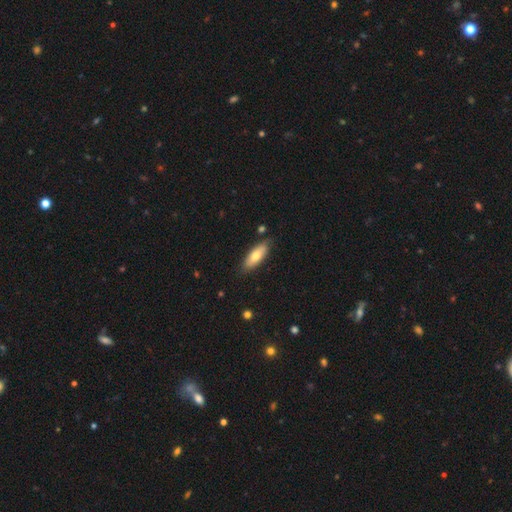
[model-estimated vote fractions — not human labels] smooth 71%, featured or disk 23%, star or artifact 6%. Down the decision tree: how rounded — in between (68%); merging — none (83%).